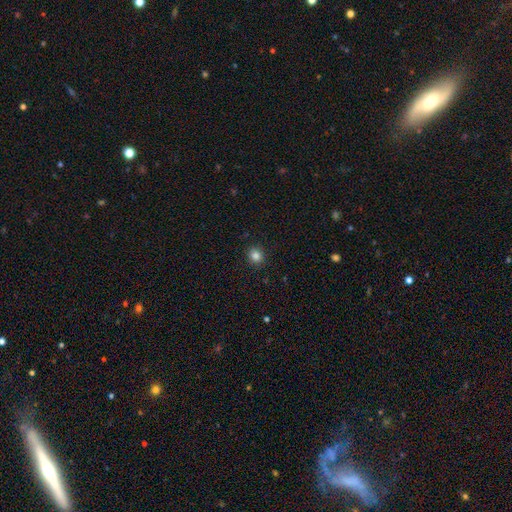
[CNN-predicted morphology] smooth_or_featured: smooth (p=0.84) [alt: star or artifact p=0.11]
how_rounded: round (p=0.84) [alt: in between p=0.15]
merging: none (p=0.91) [alt: minor disturbance p=0.06]